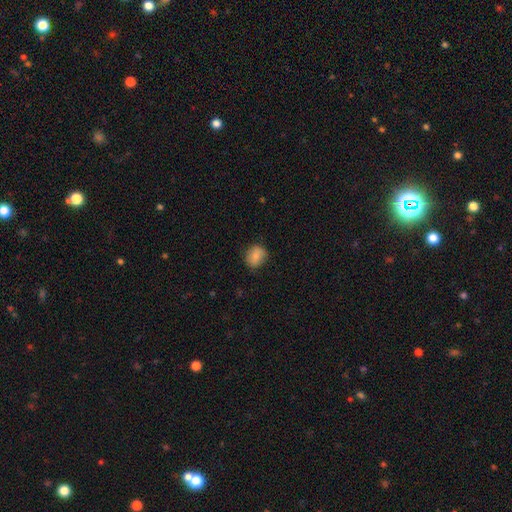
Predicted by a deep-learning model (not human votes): Smooth or featured: smooth — 82% (featured or disk — 10%)
How rounded: round — 67% (in between — 32%)
Merging: none — 78% (minor disturbance — 17%)